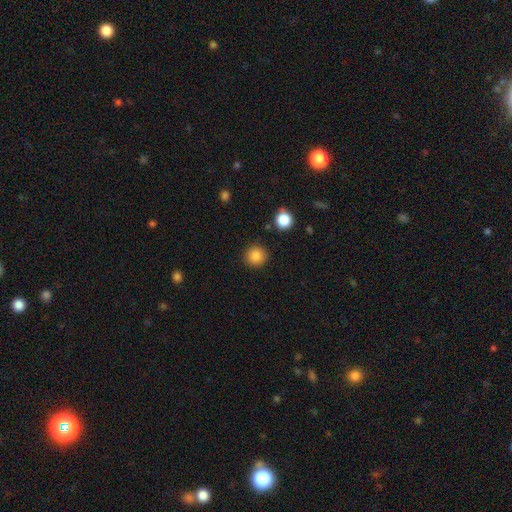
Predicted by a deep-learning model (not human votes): The model was most divided on "smooth or featured": smooth: 84%, star or artifact: 11%, featured or disk: 5%. More confident: how rounded — round (94%); merging — none (90%).